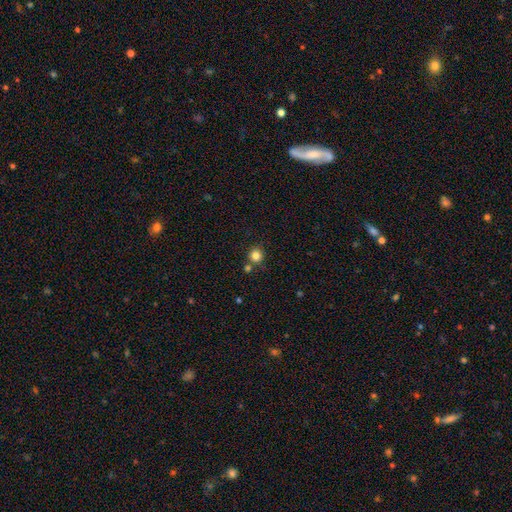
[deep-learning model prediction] smooth-or-featured: smooth: 83% | star or artifact: 12% | featured or disk: 5%
  how-rounded: round: 92% | in between: 7% | cigar-shaped: 1%
  merging: none: 77% | merger: 13% | minor disturbance: 8% | major disturbance: 3%